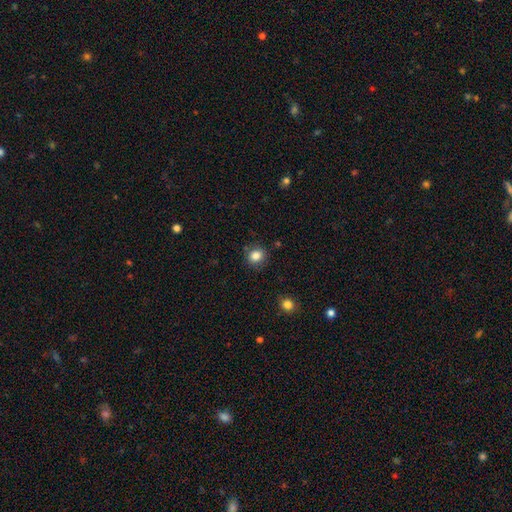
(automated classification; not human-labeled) Q: Smooth or featured?
A: smooth (84%); runner-up: star or artifact (11%)
Q: How rounded?
A: round (81%); runner-up: in between (18%)
Q: Merging?
A: none (84%); runner-up: minor disturbance (10%)